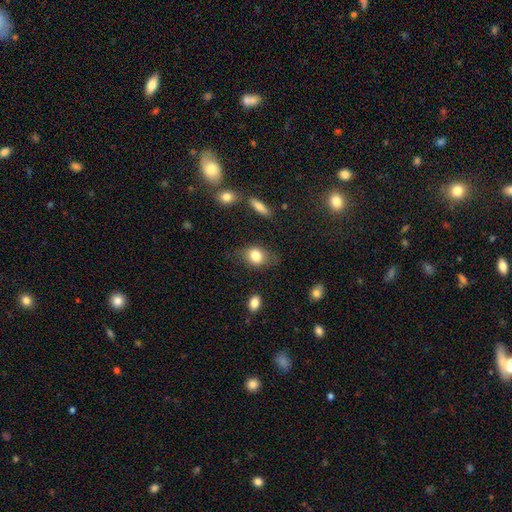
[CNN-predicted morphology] Overall: smooth (79%). How rounded: in between (64%; round 34%). Merging: none (66%).